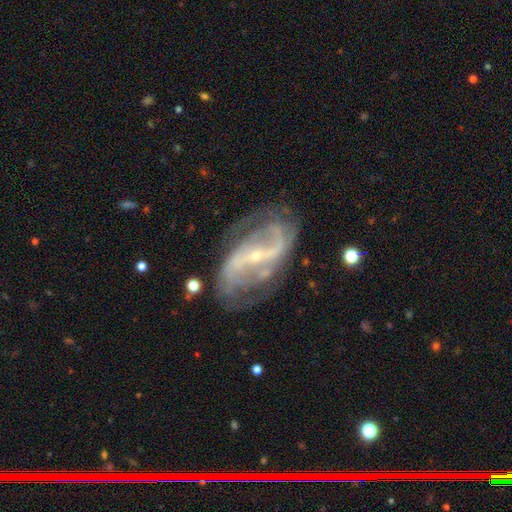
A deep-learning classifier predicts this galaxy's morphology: This is clearly a featured or disk galaxy (89%). It is clearly not viewed edge-on (96%). Bar: possibly strong (54%). Spiral arm pattern: clearly yes (93%). Spiral arm count: likely 2 (78%). Spiral winding: marginally medium (43%). Central bulge: clearly small (83%). Merging: likely none (65%).